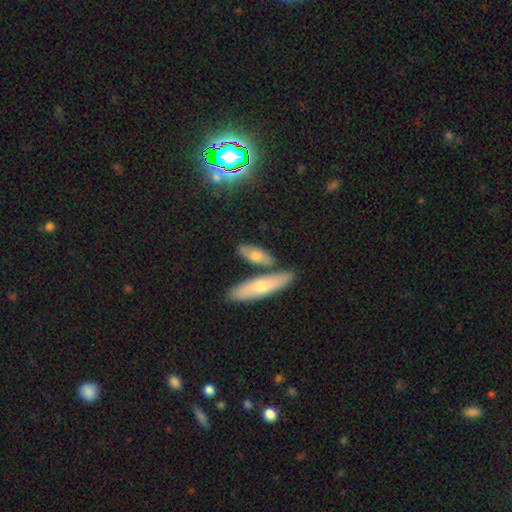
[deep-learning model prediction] Smooth or featured? Predicted: smooth (p=0.66). How rounded? Predicted: in between (p=0.60). Merging? Predicted: none (p=0.67).